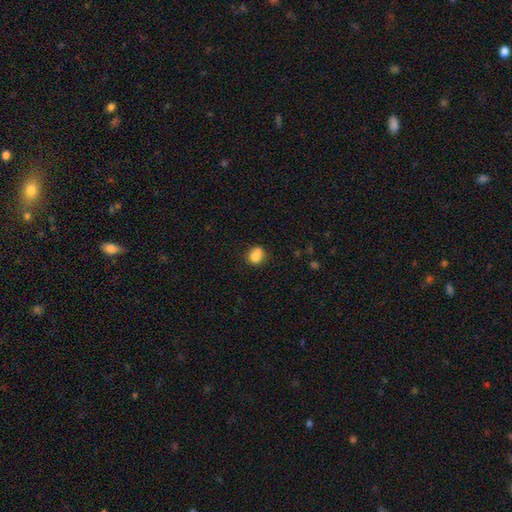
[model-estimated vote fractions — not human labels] The model was most divided on "merging": none: 50%, merger: 26%, minor disturbance: 18%, major disturbance: 6%. More confident: smooth or featured — smooth (78%); how rounded — round (74%).